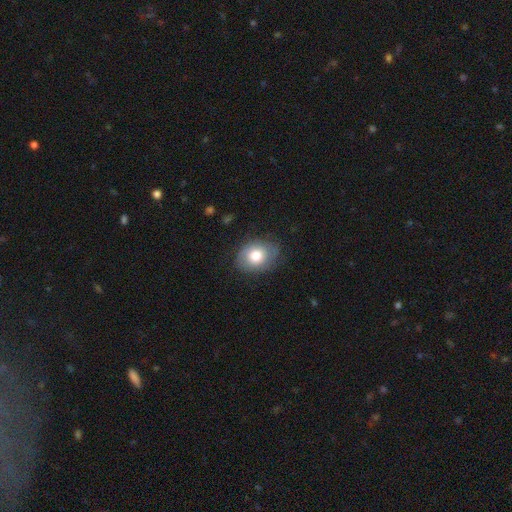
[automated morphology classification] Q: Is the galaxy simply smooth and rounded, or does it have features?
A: smooth — 74%.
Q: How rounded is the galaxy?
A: in between — 57%.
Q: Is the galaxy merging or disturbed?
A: none — 75%.